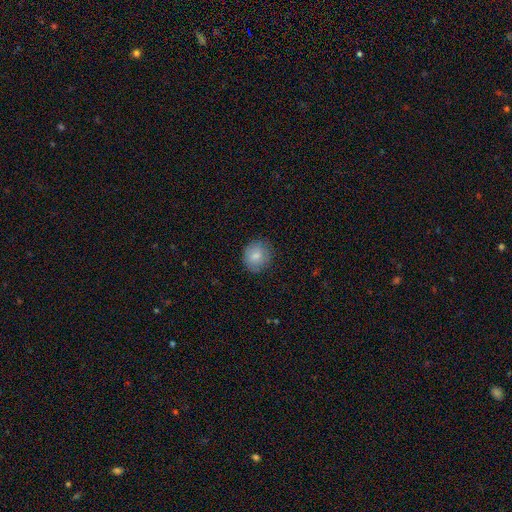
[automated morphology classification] A smooth galaxy with no disk features (82%) that is round (78%).

Vote fractions:
- Smooth or featured? smooth: 82% / featured or disk: 10% / star or artifact: 8%
- How rounded? round: 78% / in between: 21% / cigar-shaped: 1%
- Merging? none: 82% / minor disturbance: 14% / major disturbance: 3% / merger: 1%